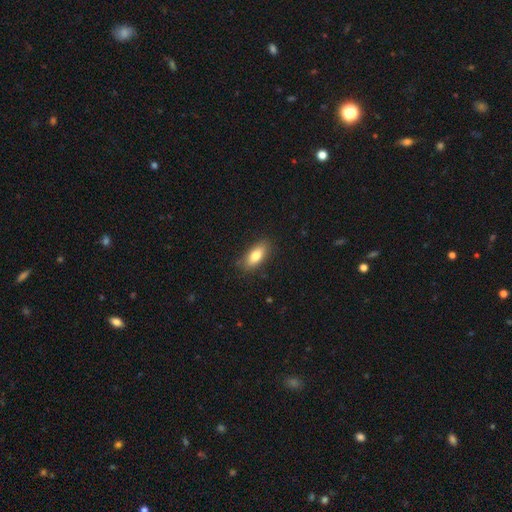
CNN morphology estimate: Smooth or featured: smooth — 79% (featured or disk — 14%)
How rounded: in between — 82% (cigar-shaped — 14%)
Merging: none — 84% (minor disturbance — 12%)